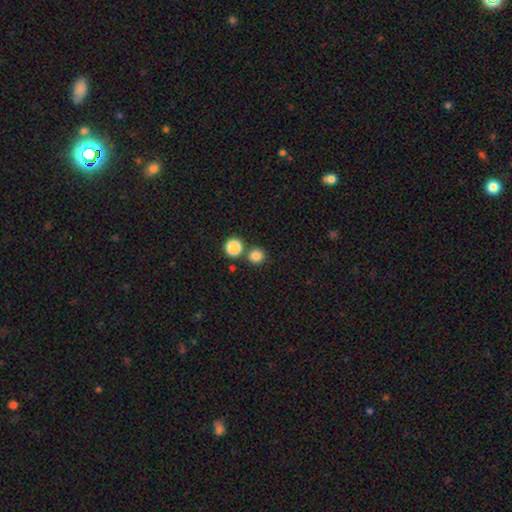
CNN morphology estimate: Q: Smooth or featured?
A: smooth (82%); runner-up: star or artifact (13%)
Q: How rounded?
A: round (92%); runner-up: in between (7%)
Q: Merging?
A: none (77%); runner-up: merger (15%)